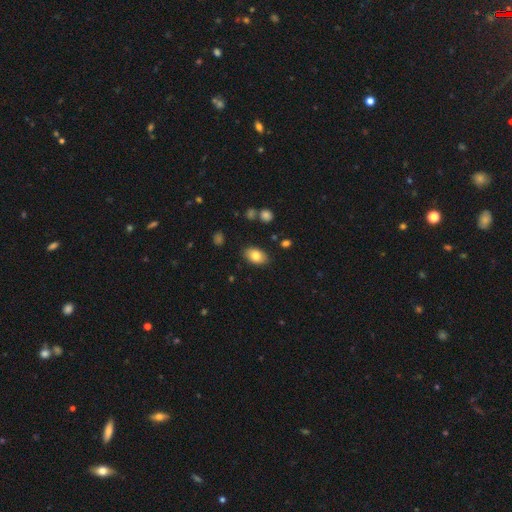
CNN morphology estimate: Smooth or featured?
  - smooth: 81% *
  - featured or disk: 11%
  - star or artifact: 8%
How rounded?
  - in between: 89% *
  - round: 9%
  - cigar-shaped: 1%
Merging?
  - none: 86% *
  - minor disturbance: 10%
  - major disturbance: 2%
  - merger: 2%